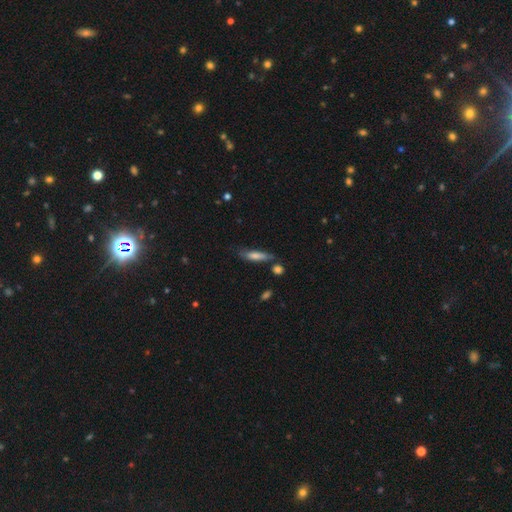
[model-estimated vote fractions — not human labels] Overall: smooth (70%). How rounded: cigar-shaped (68%; in between 30%). Merging: none (64%).